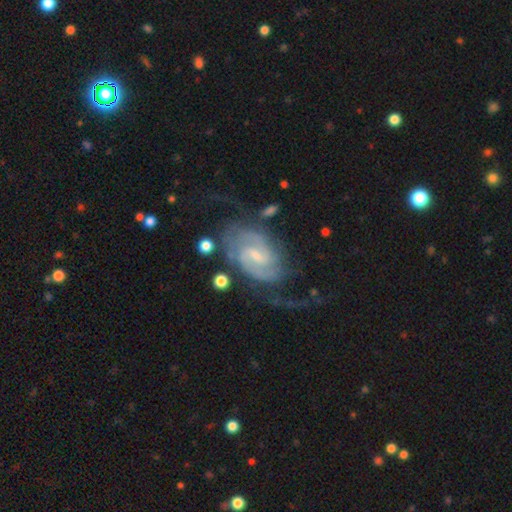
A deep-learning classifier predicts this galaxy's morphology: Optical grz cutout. It shows a featured or disk galaxy (89%) with a weak bar (60%), 2 (79%) tight (45%) spiral arms (97%) and a small central bulge (60%). Merging: none (61%).